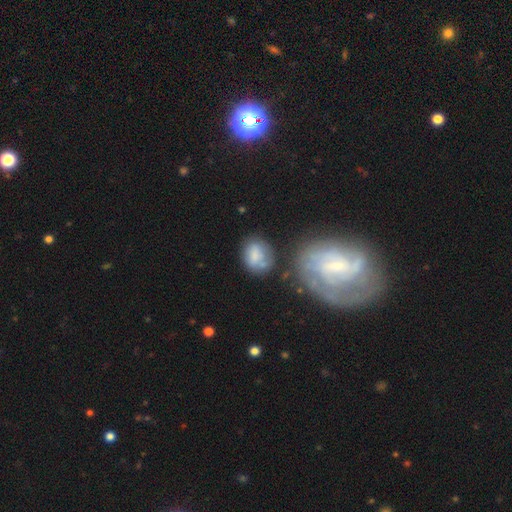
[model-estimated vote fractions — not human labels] A smooth galaxy with no disk features (70%) that is round (50%). Merging: none (51%).